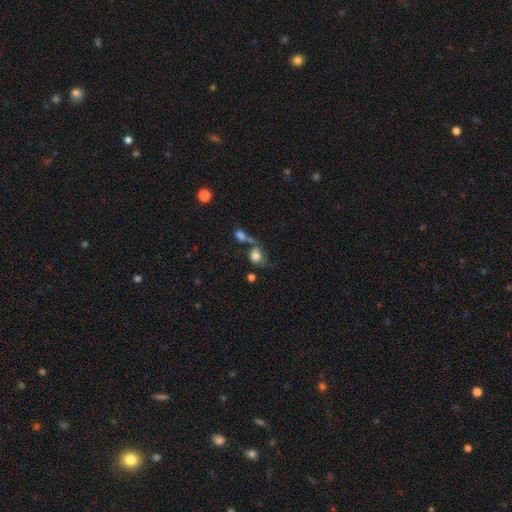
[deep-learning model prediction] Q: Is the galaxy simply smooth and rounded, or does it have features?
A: smooth — 78%.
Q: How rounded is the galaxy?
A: round — 53%.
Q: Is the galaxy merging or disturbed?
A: none — 37%.